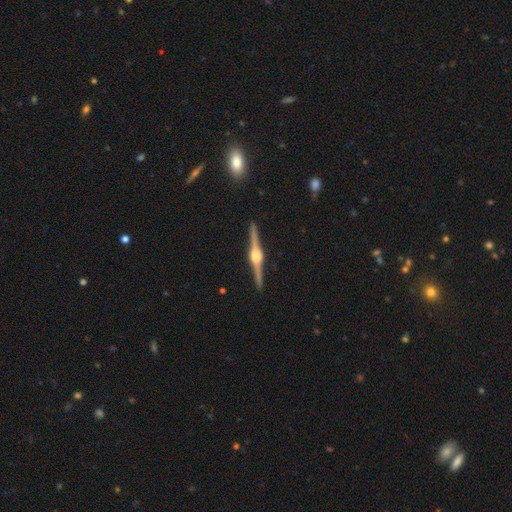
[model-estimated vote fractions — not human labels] This is clearly a featured or disk galaxy (90%). It is clearly viewed edge-on (99%). Edge-on bulge: clearly rounded (95%). Merging: clearly none (93%).